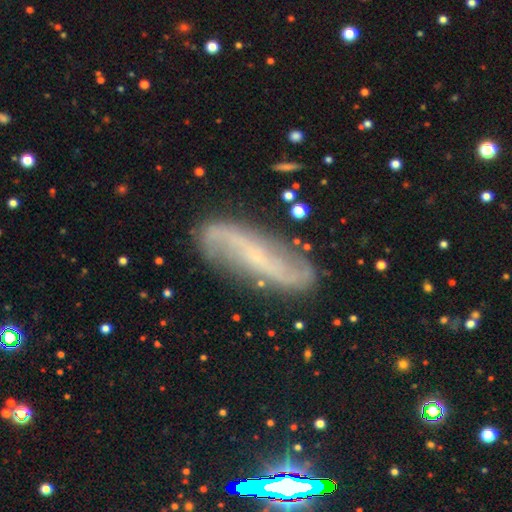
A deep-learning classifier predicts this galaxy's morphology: Overall: featured or disk (74%). Edge-on disk: no (83%). Bar: no (38%; weak 35%). Spiral arms: yes (90%). Spiral arm count: 2 (86%). Spiral winding: loose (69%). Bulge size: small (57%; none 32%). Merging: none (78%).